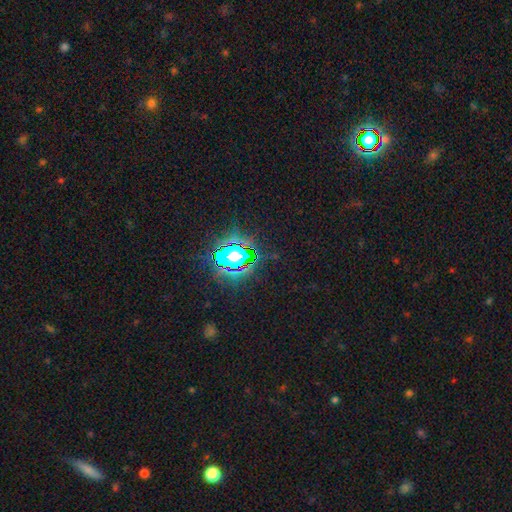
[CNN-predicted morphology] smooth_or_featured: star or artifact (p=0.77) [alt: smooth p=0.13]